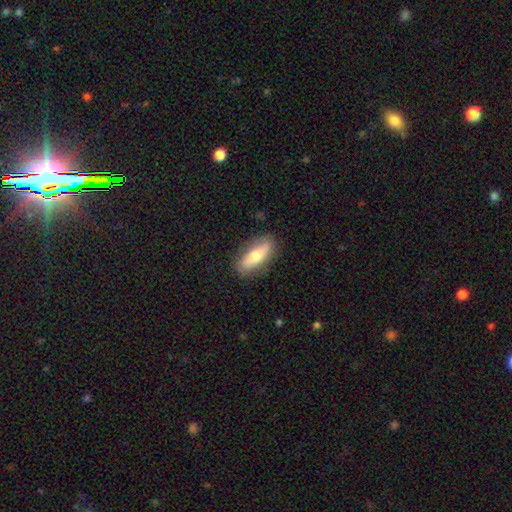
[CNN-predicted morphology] Overall: smooth (64%; featured or disk 30%). How rounded: in between (62%; cigar-shaped 35%). Merging: none (83%).